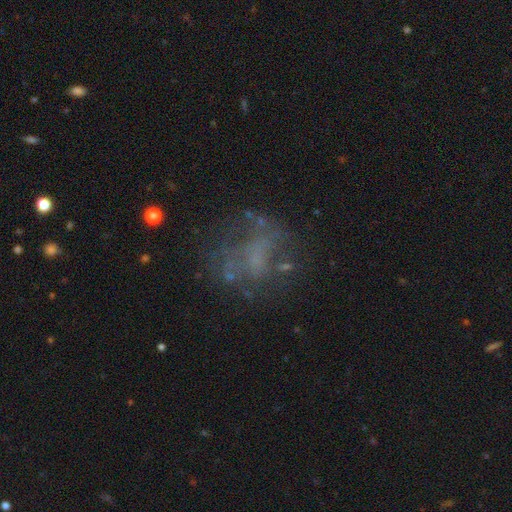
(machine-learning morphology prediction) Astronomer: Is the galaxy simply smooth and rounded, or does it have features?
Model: featured or disk — 52%.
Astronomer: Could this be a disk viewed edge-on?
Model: no — 97%.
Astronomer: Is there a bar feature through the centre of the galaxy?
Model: no — 83%.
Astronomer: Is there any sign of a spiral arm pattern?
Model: no — 79%.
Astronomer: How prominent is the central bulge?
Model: none — 68%.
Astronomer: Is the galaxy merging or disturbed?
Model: none — 54%.